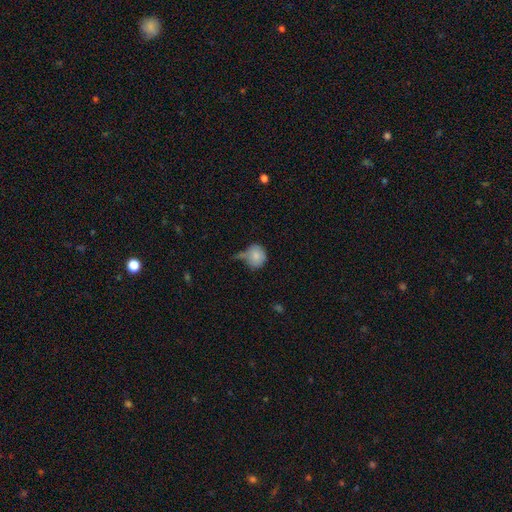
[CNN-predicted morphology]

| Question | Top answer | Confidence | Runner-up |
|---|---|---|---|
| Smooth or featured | smooth | 80% | featured or disk (12%) |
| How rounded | round | 77% | in between (21%) |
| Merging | none | 38% | minor disturbance (31%) |